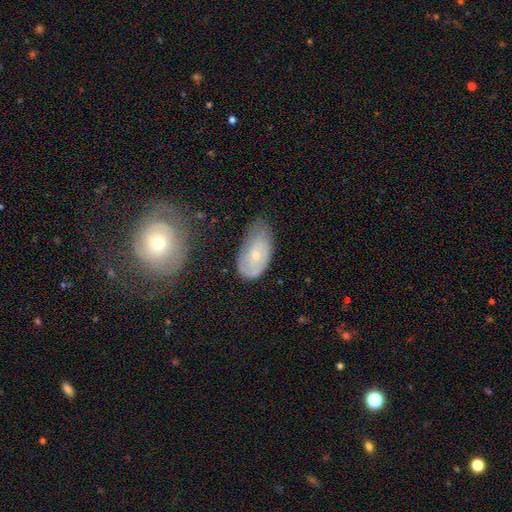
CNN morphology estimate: smooth_or_featured: smooth (p=0.52) [alt: featured or disk p=0.40]
how_rounded: in between (p=0.91) [alt: round p=0.06]
merging: none (p=0.43) [alt: minor disturbance p=0.37]